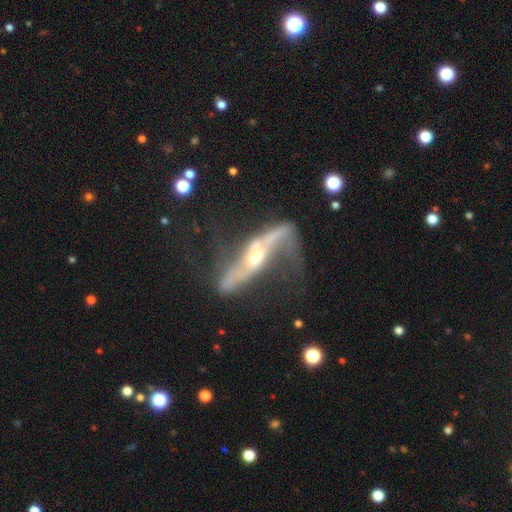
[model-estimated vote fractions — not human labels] The model was most divided on "bar": no: 36%, weak: 34%, strong: 30%. Remaining: spiral arms — yes (80%); smooth or featured — featured or disk (80%); edge-on disk — no (69%); bulge size — moderate (56%); merging — major disturbance (35%).